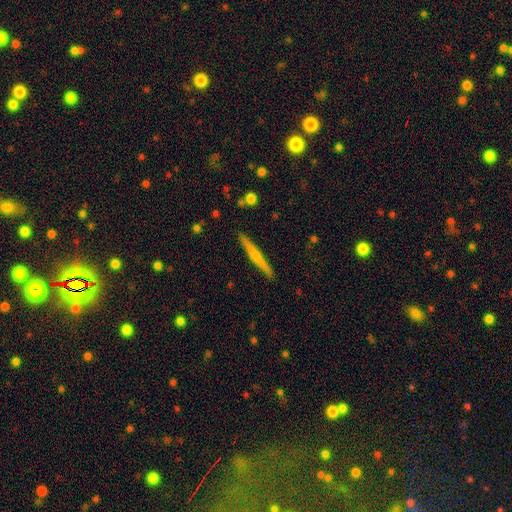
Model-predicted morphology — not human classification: Smooth or featured?
  - smooth: 47% * (tied)
  - featured or disk: 47% * (tied)
  - star or artifact: 6%
Merging?
  - none: 90% *
  - minor disturbance: 7%
  - major disturbance: 1%
  - merger: 1%